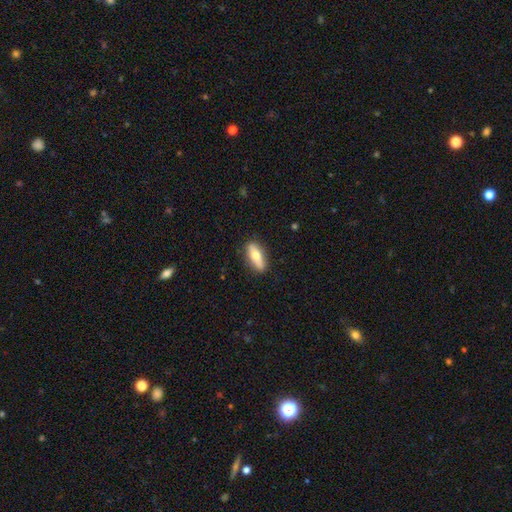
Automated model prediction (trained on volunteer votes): A smooth galaxy with no disk features (59%) that is in between round and cigar-shaped (67%).

Vote fractions:
- Smooth or featured? smooth: 59% / featured or disk: 34% / star or artifact: 6%
- How rounded? in between: 67% / cigar-shaped: 30% / round: 4%
- Merging? none: 87% / minor disturbance: 10% / major disturbance: 2% / merger: 1%